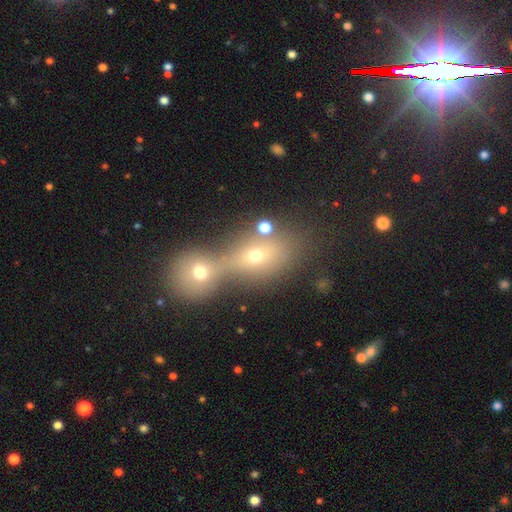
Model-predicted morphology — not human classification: smooth 49%, star or artifact 29%, featured or disk 22%. Down the decision tree: merging — merger (62%).